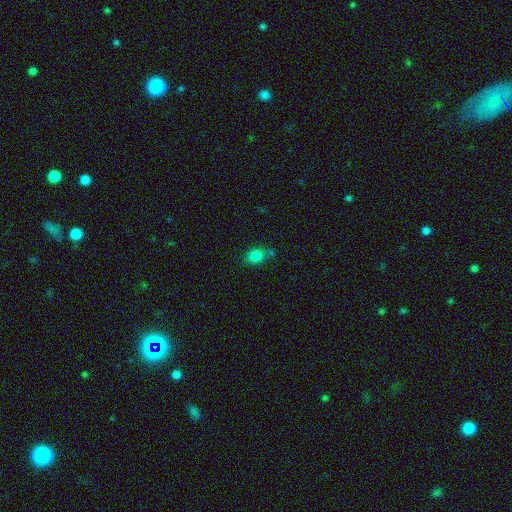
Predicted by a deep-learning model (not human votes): Smooth or featured: smooth — 83% (star or artifact — 11%)
How rounded: in between — 58% (round — 41%)
Merging: none — 61% (minor disturbance — 18%)